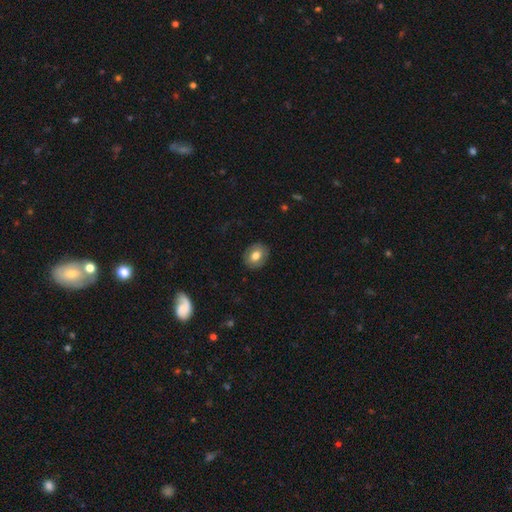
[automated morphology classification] Overall: smooth (74%). How rounded: round (57%; in between 42%). Merging: none (88%).